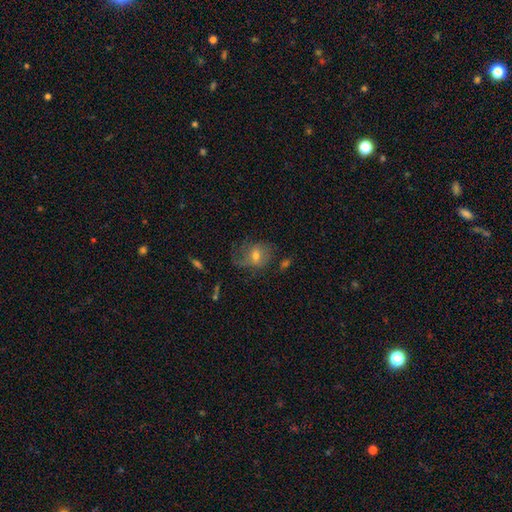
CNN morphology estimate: A smooth galaxy with no disk features (48%).

Vote fractions:
- Smooth or featured? smooth: 48% / featured or disk: 38% / star or artifact: 13%
- Merging? none: 49% / minor disturbance: 26% / major disturbance: 22% / merger: 3%